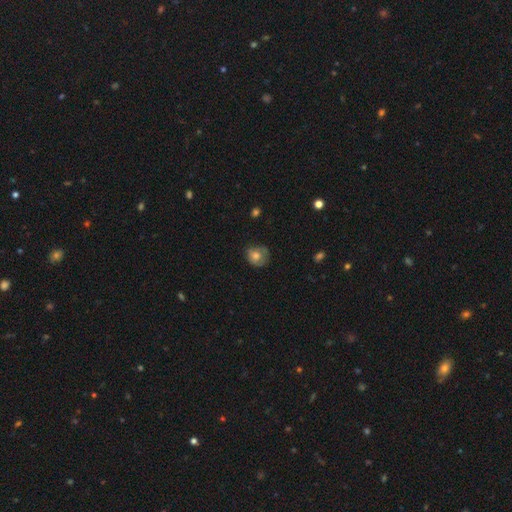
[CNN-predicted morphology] A smooth galaxy with no disk features (71%) that is round (75%). Merging: none (56%).